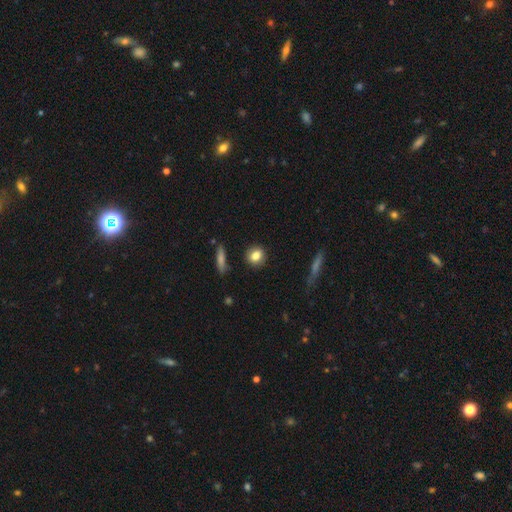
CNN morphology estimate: A smooth galaxy with no disk features (82%) that is round (71%). Merging: none (88%).